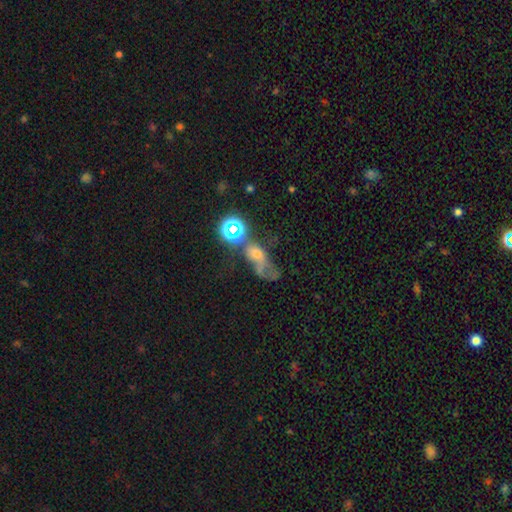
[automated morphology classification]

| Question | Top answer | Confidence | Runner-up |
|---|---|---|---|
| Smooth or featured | smooth | 35% | featured or disk (34%) |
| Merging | major disturbance | 34% | none (27%) |